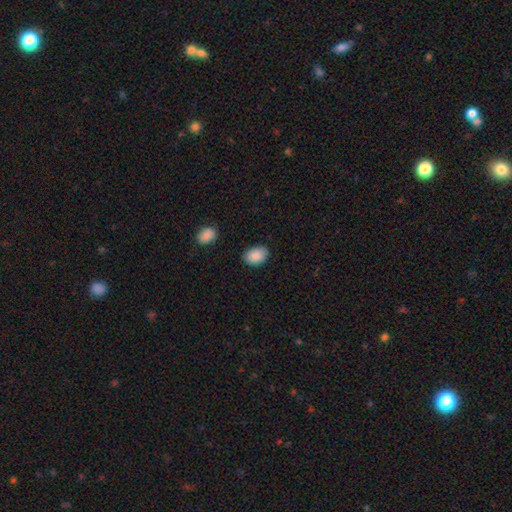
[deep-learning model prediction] Smooth or featured? smooth (89%)
How rounded? in between (85%)
Merging? none (83%)